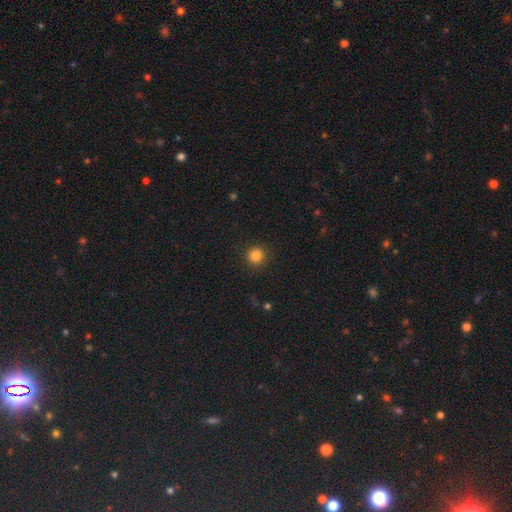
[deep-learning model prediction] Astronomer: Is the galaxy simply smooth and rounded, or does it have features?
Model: smooth — 85%.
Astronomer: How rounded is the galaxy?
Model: round — 92%.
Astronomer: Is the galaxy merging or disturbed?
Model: none — 91%.